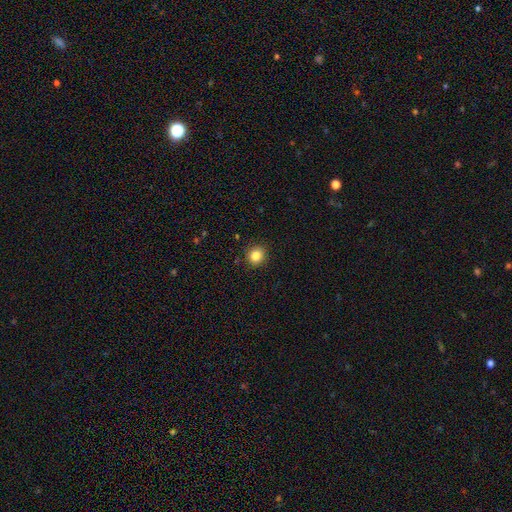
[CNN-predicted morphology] This is clearly a smooth galaxy (84%). How rounded: clearly round (87%). Merging: clearly none (91%).